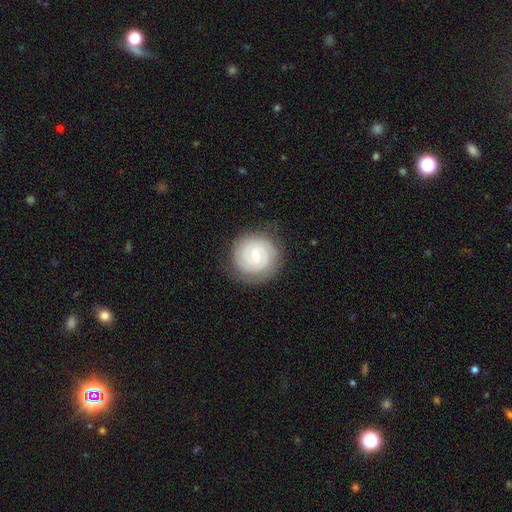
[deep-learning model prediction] Morphology: type=featured or disk (80%); edge-on=no (98%); bar=weak (57%); spiral arms=yes (96%); winding=tight (79%); arm count=2 (65%); bulge=small (63%); merging=none (84%).